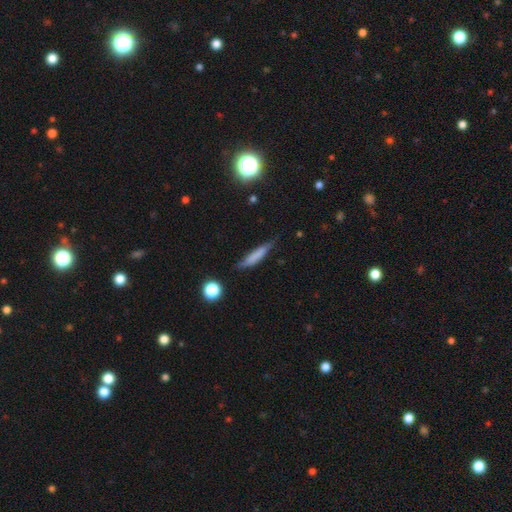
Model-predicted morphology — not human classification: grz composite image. It shows a smooth galaxy with no disk features (69%) that is cigar-shaped (86%). Merging: none (70%).